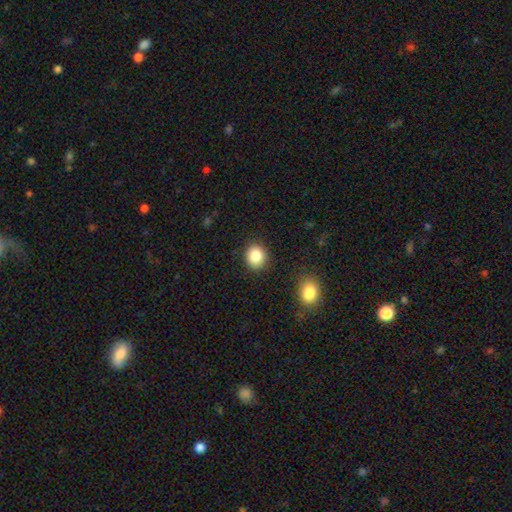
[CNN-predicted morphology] type=smooth (86%); roundness=round (75%); merging=none (88%).